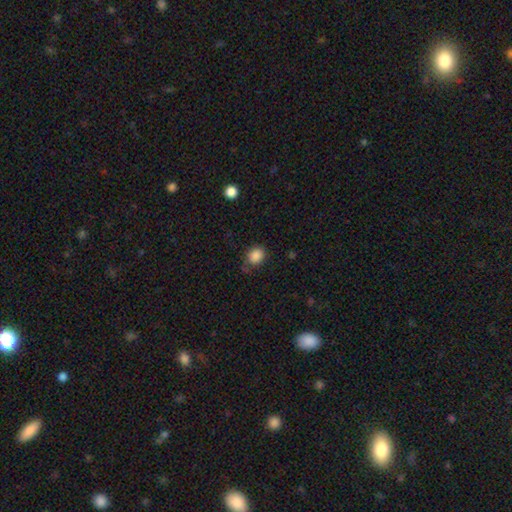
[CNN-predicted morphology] smooth_or_featured: smooth (p=0.86) [alt: star or artifact p=0.10]
how_rounded: round (p=0.61) [alt: in between p=0.38]
merging: none (p=0.68) [alt: minor disturbance p=0.22]